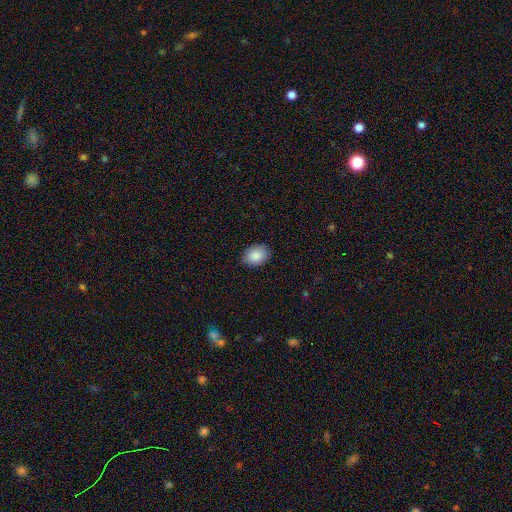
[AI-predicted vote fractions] Overall: smooth (88%). How rounded: in between (71%). Merging: none (85%).